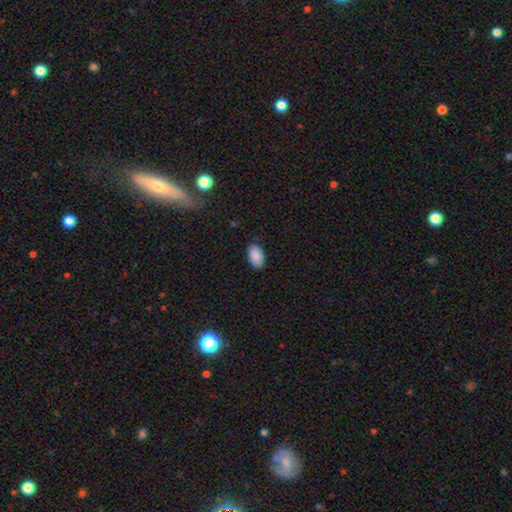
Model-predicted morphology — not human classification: A smooth galaxy with no disk features (90%) that is in between round and cigar-shaped (95%).

Vote fractions:
- Smooth or featured? smooth: 90% / star or artifact: 7% / featured or disk: 4%
- How rounded? in between: 95% / round: 4% / cigar-shaped: 2%
- Merging? none: 85% / minor disturbance: 12% / major disturbance: 2% / merger: 1%